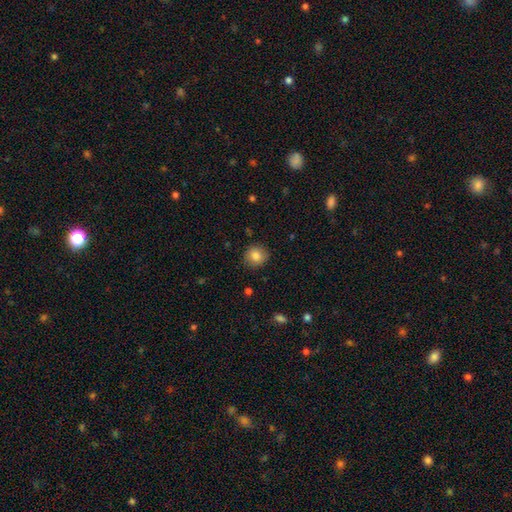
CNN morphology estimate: Smooth or featured? smooth (83%)
How rounded? round (89%)
Merging? none (88%)